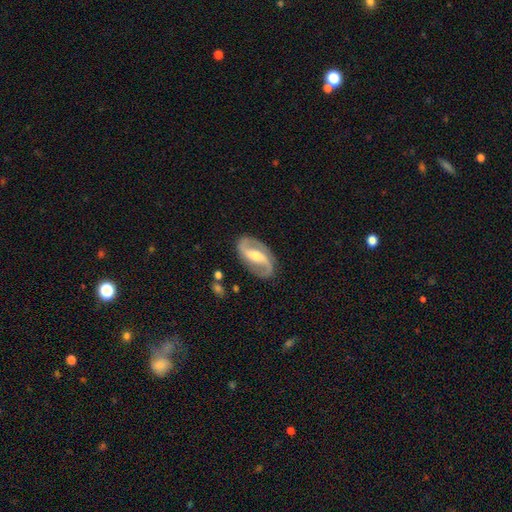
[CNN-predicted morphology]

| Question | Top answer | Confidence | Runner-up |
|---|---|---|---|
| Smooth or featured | featured or disk | 89% | smooth (7%) |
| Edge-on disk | no | 97% | yes (3%) |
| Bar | strong | 46% | weak (36%) |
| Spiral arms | yes | 96% | no (4%) |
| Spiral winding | medium | 50% | loose (31%) |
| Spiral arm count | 2 | 93% | can't tell (2%) |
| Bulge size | moderate | 60% | small (27%) |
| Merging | none | 85% | minor disturbance (10%) |